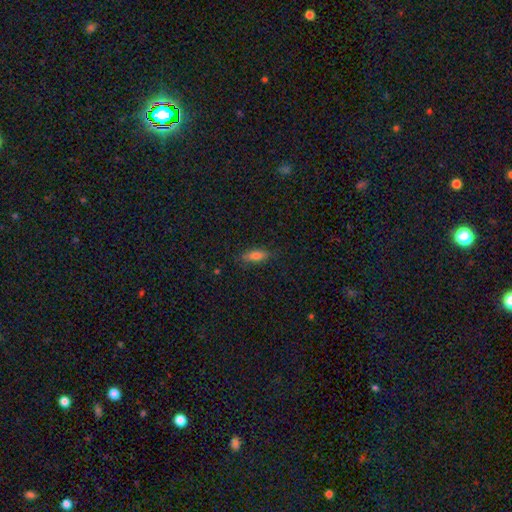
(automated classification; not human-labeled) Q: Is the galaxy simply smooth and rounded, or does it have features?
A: smooth — 75%.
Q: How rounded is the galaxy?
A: in between — 67%.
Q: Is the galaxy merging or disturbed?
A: none — 81%.